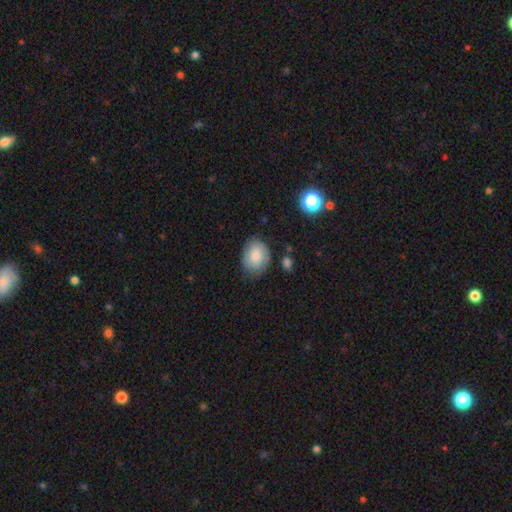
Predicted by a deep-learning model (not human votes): This appears to be a smooth galaxy with no disk features (69%) that is in between round and cigar-shaped (63%). Merging: none (73%).